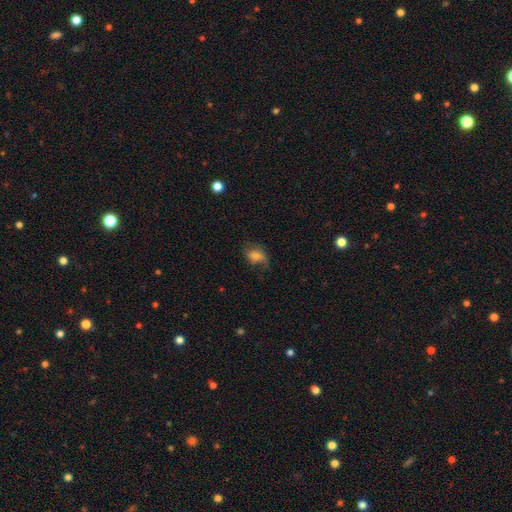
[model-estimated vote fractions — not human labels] smooth_or_featured: smooth (p=0.60) [alt: featured or disk p=0.29]
how_rounded: in between (p=0.80) [alt: round p=0.18]
merging: none (p=0.48) [alt: minor disturbance p=0.29]